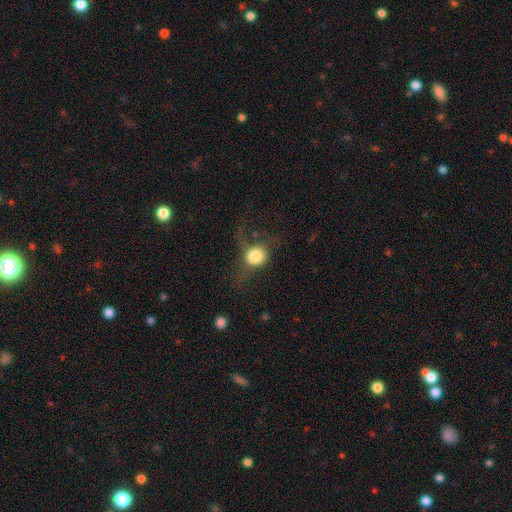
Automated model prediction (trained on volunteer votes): smooth-or-featured: smooth: 69% | featured or disk: 20% | star or artifact: 10%
  how-rounded: round: 77% | in between: 22% | cigar-shaped: 2%
  merging: none: 37% (tied) | major disturbance: 37% (tied) | minor disturbance: 23% | merger: 4%